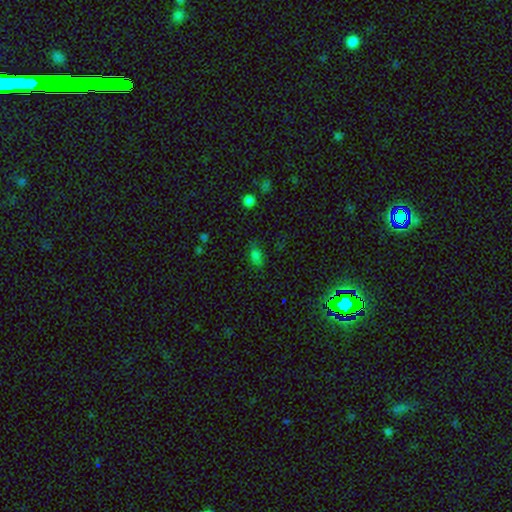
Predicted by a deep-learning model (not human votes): This is likely a smooth galaxy (74%). How rounded: clearly in between (84%). Merging: likely none (75%).